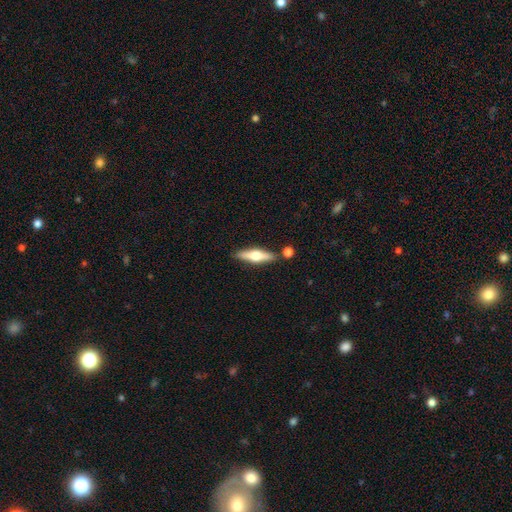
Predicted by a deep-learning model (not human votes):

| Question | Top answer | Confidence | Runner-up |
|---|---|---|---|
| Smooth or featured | featured or disk | 52% | smooth (42%) |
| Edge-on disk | yes | 94% | no (6%) |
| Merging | none | 80% | minor disturbance (10%) |